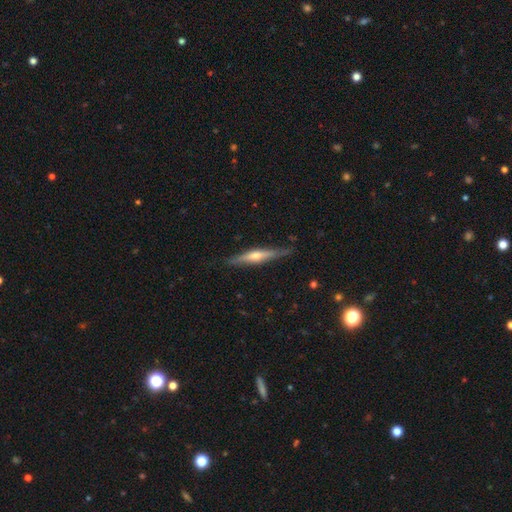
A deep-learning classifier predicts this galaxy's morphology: Overall: featured or disk (69%). Edge-on disk: yes (96%). Edge-on bulge: rounded (82%). Merging: none (84%).